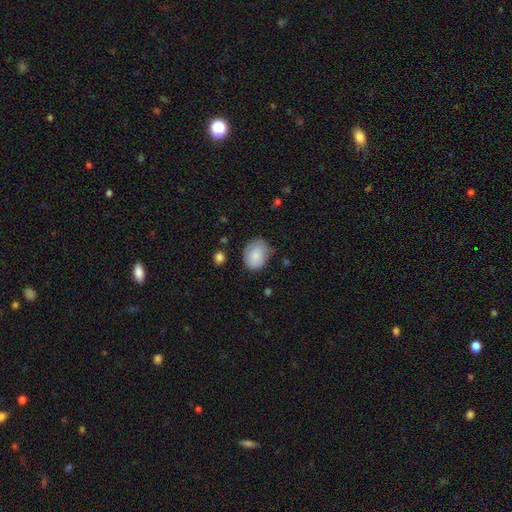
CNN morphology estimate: Smooth or featured?
  - smooth: 80% *
  - featured or disk: 13%
  - star or artifact: 7%
How rounded?
  - in between: 53% *
  - round: 46%
  - cigar-shaped: 1%
Merging?
  - none: 61% *
  - minor disturbance: 30%
  - major disturbance: 7%
  - merger: 2%